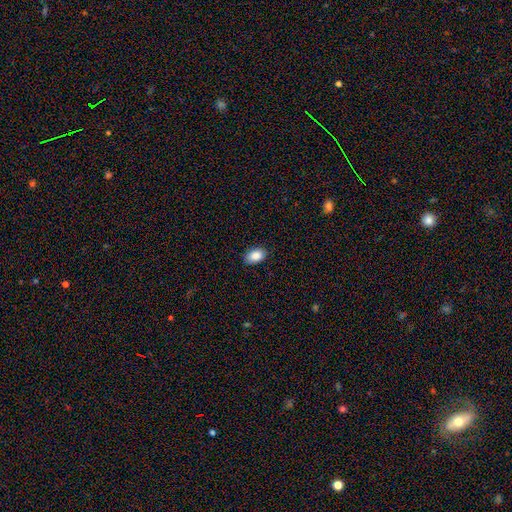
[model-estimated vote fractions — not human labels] A smooth galaxy with no disk features (88%) that is in between round and cigar-shaped (88%).

Vote fractions:
- Smooth or featured? smooth: 88% / star or artifact: 8% / featured or disk: 4%
- How rounded? in between: 88% / round: 11% / cigar-shaped: 1%
- Merging? none: 87% / minor disturbance: 10% / major disturbance: 2% / merger: 1%